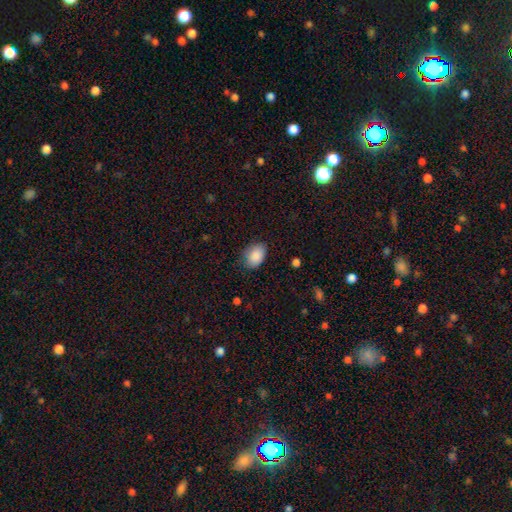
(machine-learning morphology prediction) Smooth or featured? smooth (88%)
How rounded? in between (81%)
Merging? none (75%)